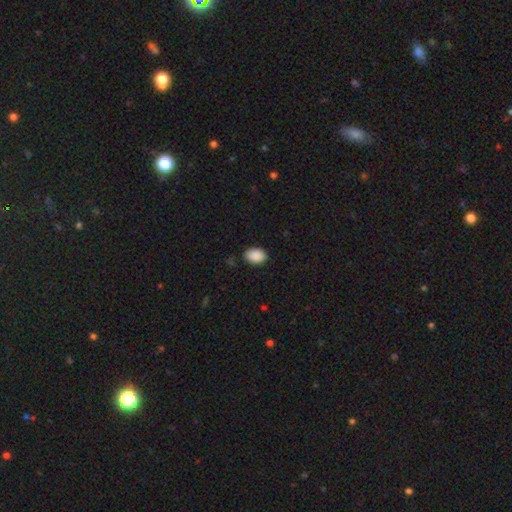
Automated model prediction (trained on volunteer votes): A smooth galaxy with no disk features (90%) that is in between round and cigar-shaped (83%).

Vote fractions:
- Smooth or featured? smooth: 90% / star or artifact: 7% / featured or disk: 2%
- How rounded? in between: 83% / round: 16% / cigar-shaped: 1%
- Merging? none: 87% / minor disturbance: 9% / major disturbance: 2% / merger: 1%